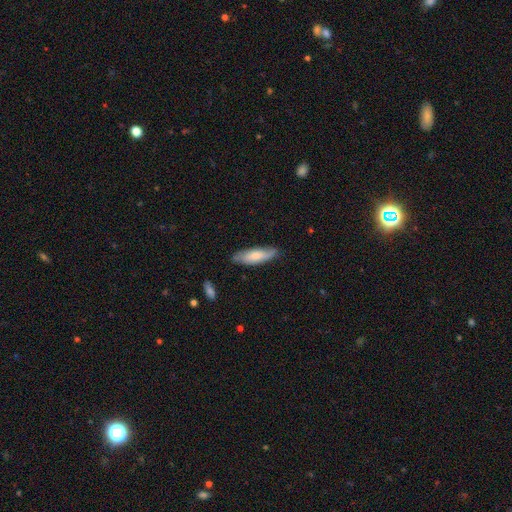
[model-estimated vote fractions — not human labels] Smooth or featured? smooth (68%)
How rounded? in between (50%)
Merging? none (78%)